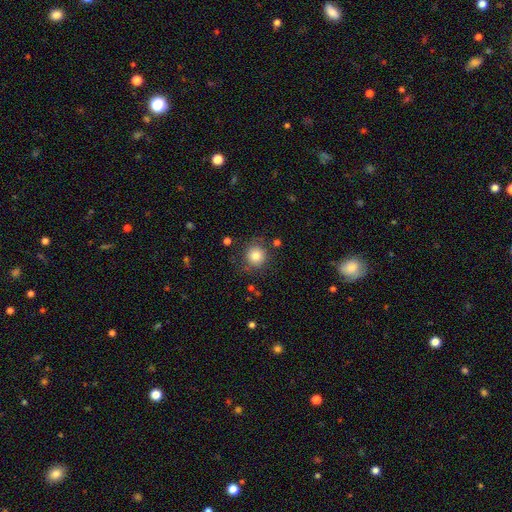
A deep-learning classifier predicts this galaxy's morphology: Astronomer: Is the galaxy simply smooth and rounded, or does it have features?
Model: smooth — 79%.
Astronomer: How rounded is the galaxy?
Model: round — 92%.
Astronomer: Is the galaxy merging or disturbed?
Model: none — 81%.